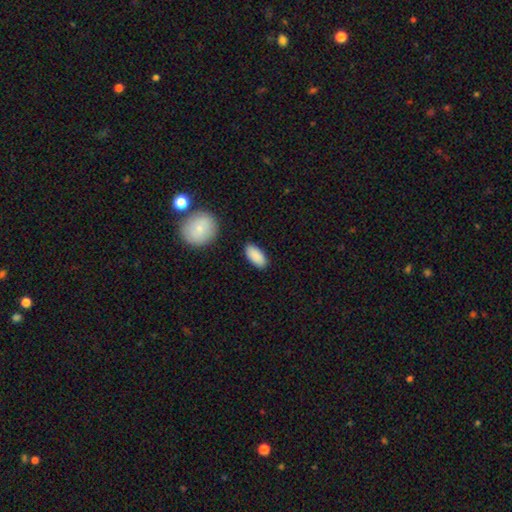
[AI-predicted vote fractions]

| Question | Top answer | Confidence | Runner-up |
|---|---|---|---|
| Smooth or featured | smooth | 89% | star or artifact (6%) |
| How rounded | in between | 91% | cigar-shaped (7%) |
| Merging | none | 87% | minor disturbance (8%) |